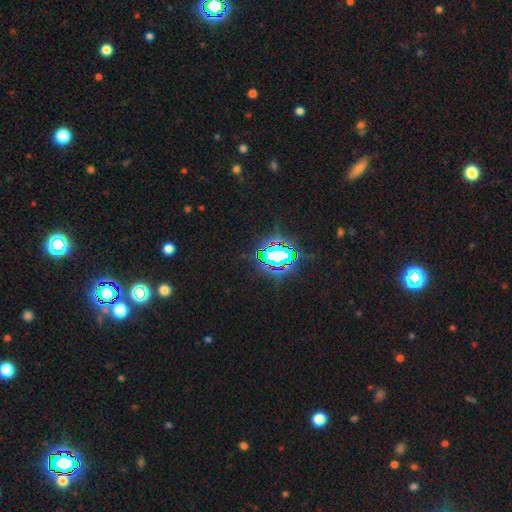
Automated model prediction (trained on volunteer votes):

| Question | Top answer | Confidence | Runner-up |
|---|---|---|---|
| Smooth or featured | star or artifact | 81% | smooth (12%) |